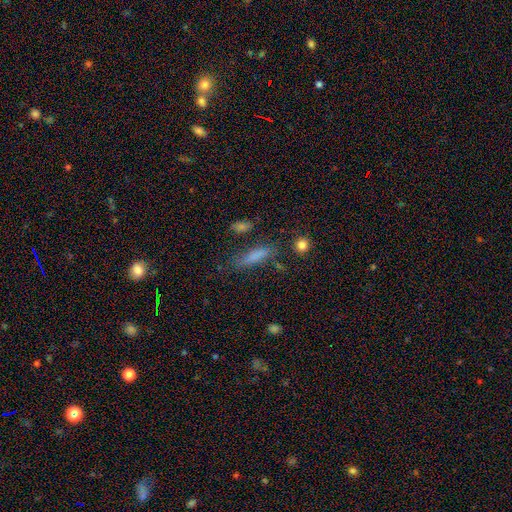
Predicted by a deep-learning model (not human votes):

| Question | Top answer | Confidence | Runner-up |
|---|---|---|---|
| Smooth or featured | smooth | 76% | featured or disk (13%) |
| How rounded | cigar-shaped | 68% | in between (29%) |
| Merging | none | 72% | minor disturbance (17%) |